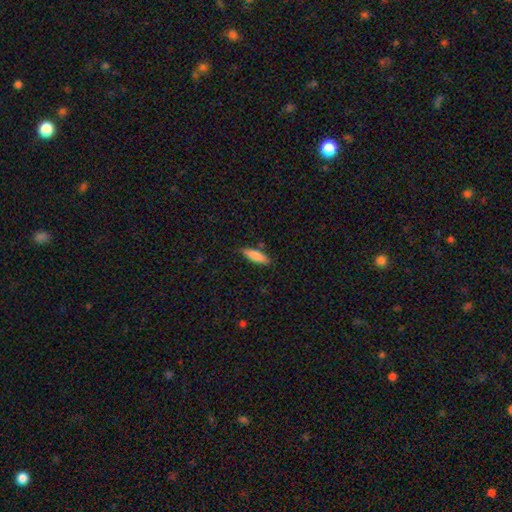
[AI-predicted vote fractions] A smooth galaxy with no disk features (84%) that is cigar-shaped (53%). Merging: none (80%).